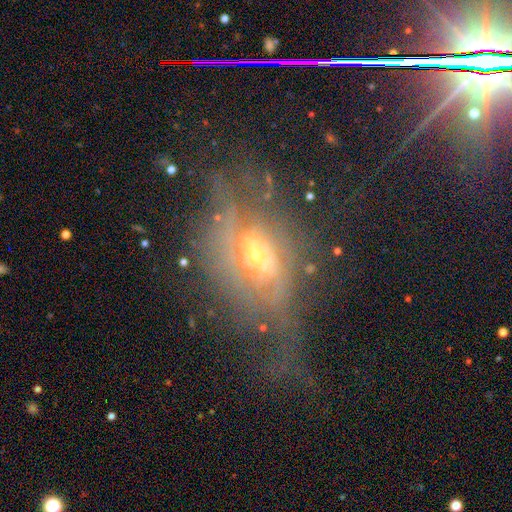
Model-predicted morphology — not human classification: Overall: featured or disk (68%). Edge-on disk: no (80%). Bar: no (65%). Spiral arms: no (51%; yes 49%). Bulge size: small (50%; moderate 42%). Merging: major disturbance (41%; none 35%).